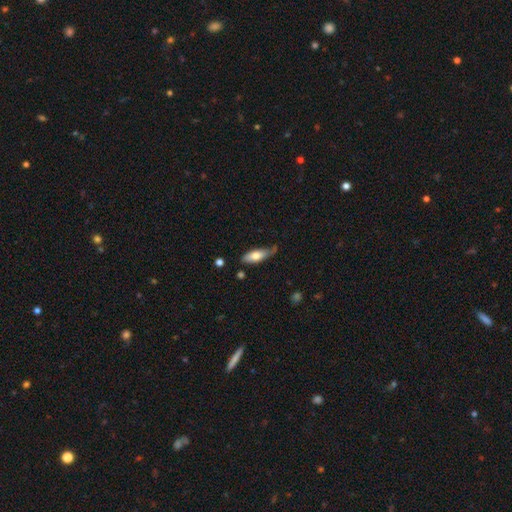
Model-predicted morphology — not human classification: This is likely a smooth galaxy (68%). How rounded: possibly in between (59%). Merging: possibly none (55%).